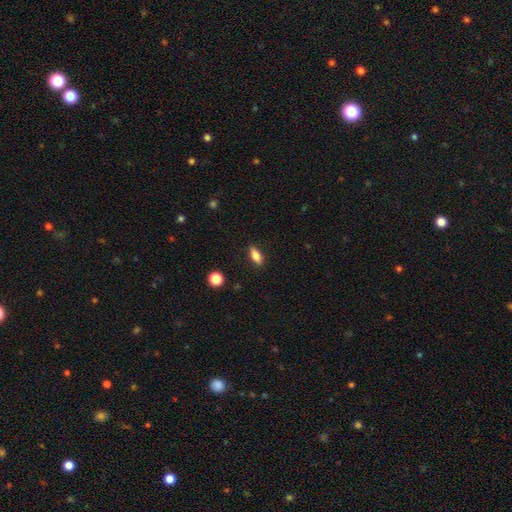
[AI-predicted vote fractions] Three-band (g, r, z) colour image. It shows a smooth galaxy with no disk features (79%) that is in between round and cigar-shaped (78%). Merging: none (87%).